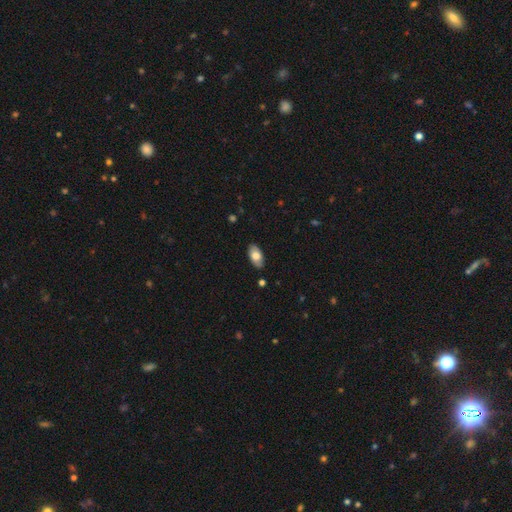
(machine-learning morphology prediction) Overall: smooth (74%). How rounded: in between (94%). Merging: none (87%).